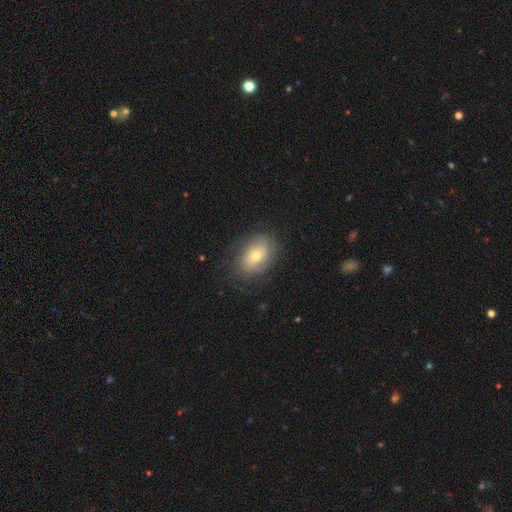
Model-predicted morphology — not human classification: type=smooth (48%); merging=none (74%).